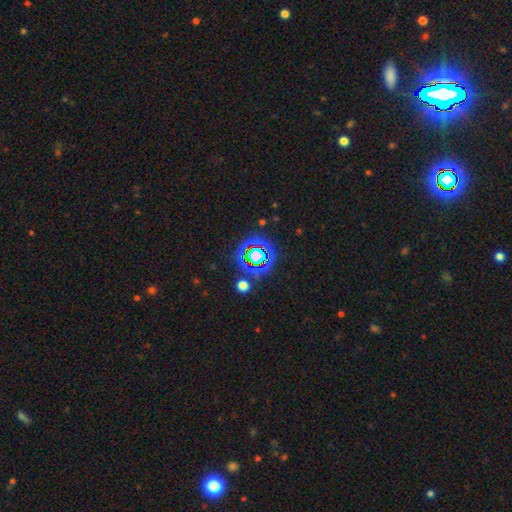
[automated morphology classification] Smooth or featured?
  - star or artifact: 67% *
  - smooth: 22%
  - featured or disk: 12%